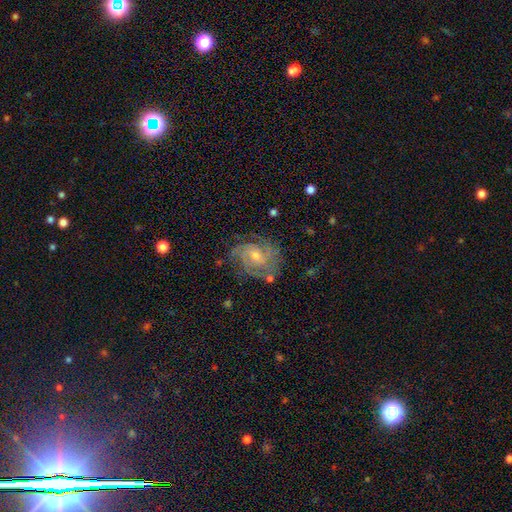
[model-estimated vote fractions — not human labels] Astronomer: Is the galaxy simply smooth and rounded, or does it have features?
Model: featured or disk — 85%.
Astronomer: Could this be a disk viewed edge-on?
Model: no — 98%.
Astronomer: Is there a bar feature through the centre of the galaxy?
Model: no — 60%.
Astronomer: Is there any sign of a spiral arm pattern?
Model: yes — 96%.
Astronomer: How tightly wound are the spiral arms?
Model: tight — 60%.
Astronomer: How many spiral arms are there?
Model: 3 — 30% (runner-up: can't tell, 23%).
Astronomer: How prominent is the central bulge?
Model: small — 51% (runner-up: moderate, 45%).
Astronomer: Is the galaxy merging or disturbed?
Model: none — 72%.